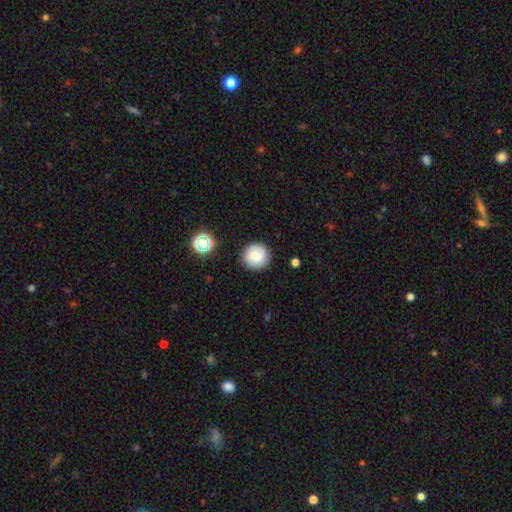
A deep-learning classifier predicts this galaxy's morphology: smooth_or_featured: smooth (p=0.69) [alt: featured or disk p=0.21]
how_rounded: round (p=0.93) [alt: in between p=0.06]
merging: none (p=0.87) [alt: minor disturbance p=0.08]